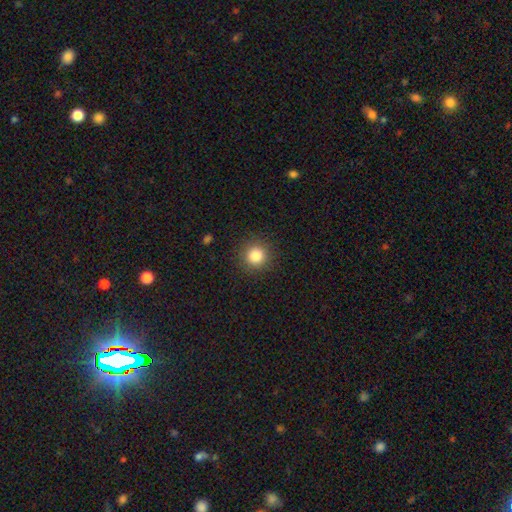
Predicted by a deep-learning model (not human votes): A smooth galaxy with no disk features (84%) that is round (94%).

Vote fractions:
- Smooth or featured? smooth: 84% / star or artifact: 11% / featured or disk: 5%
- How rounded? round: 94% / in between: 5% / cigar-shaped: 1%
- Merging? none: 90% / minor disturbance: 6% / major disturbance: 2% / merger: 1%